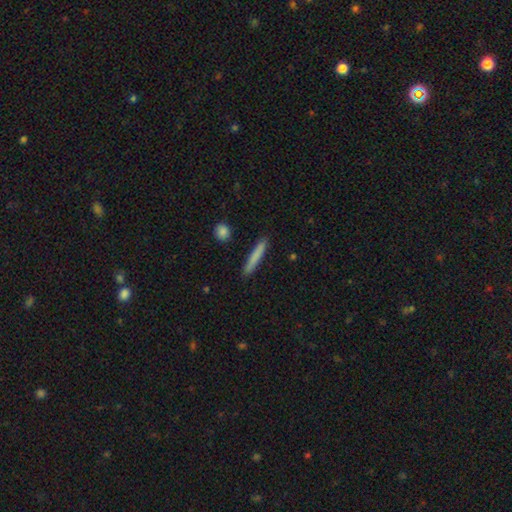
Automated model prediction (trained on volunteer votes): Smooth or featured?
  - smooth: 78% *
  - featured or disk: 16%
  - star or artifact: 6%
How rounded?
  - cigar-shaped: 95% *
  - in between: 4%
  - round: 1%
Merging?
  - none: 90% *
  - minor disturbance: 7%
  - merger: 2%
  - major disturbance: 2%